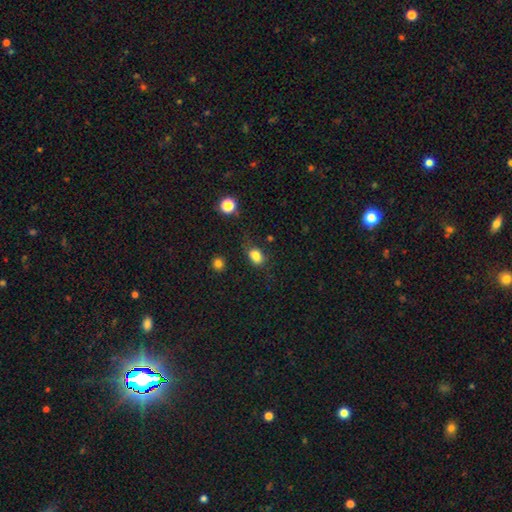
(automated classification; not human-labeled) Morphology: type=smooth (83%); roundness=in between (74%); merging=none (62%).